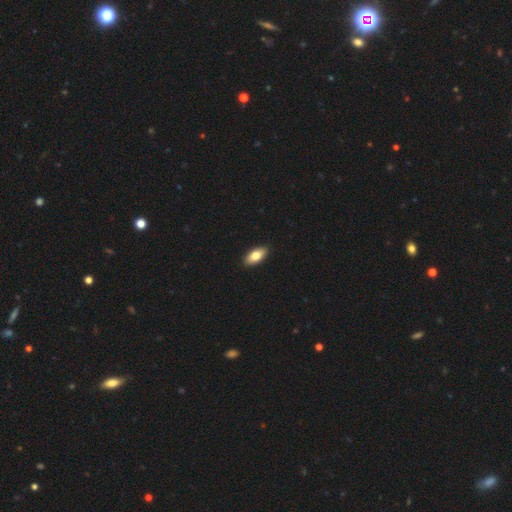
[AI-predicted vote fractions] Smooth or featured? Predicted: smooth (p=0.81). How rounded? Predicted: in between (p=0.91). Merging? Predicted: none (p=0.92).